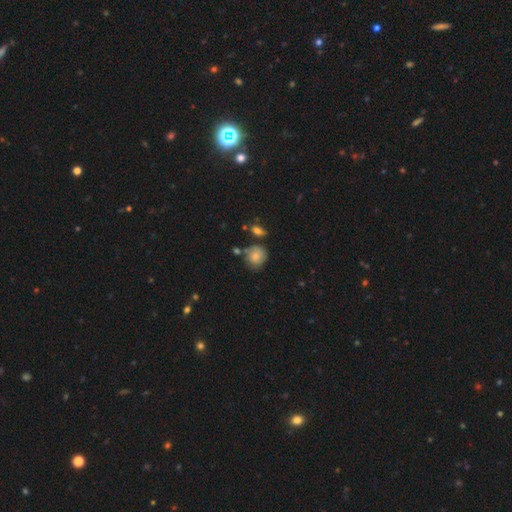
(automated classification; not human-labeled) The model was most divided on "merging": none: 57%, minor disturbance: 26%, merger: 10%, major disturbance: 7%. More confident: how rounded — round (79%); smooth or featured — smooth (75%).